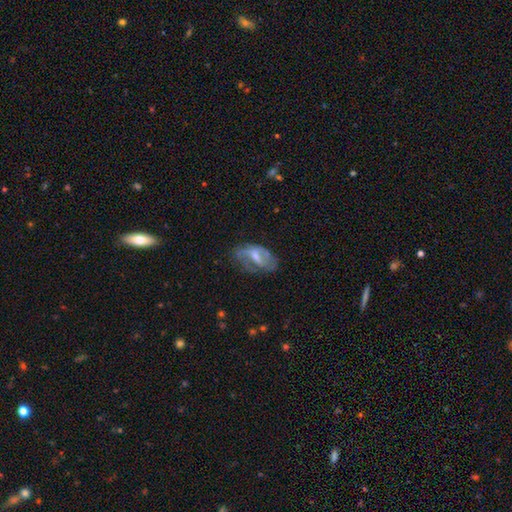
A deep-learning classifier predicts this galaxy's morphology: A featured or disk galaxy (61%) with a weak bar (48%), spiral arms (59%) and a small central bulge (44%).

Vote fractions:
- Smooth or featured? featured or disk: 61% / smooth: 31% / star or artifact: 8%
- Edge-on disk? no: 93% / yes: 7%
- Bar? weak: 48% / no: 28% / strong: 24%
- Spiral arms? yes: 59% / no: 41%
- Bulge size? small: 44% / moderate: 41% / none: 11% / large: 3% / dominant: 1%
- Merging? none: 44% / minor disturbance: 30% / major disturbance: 24% / merger: 2%